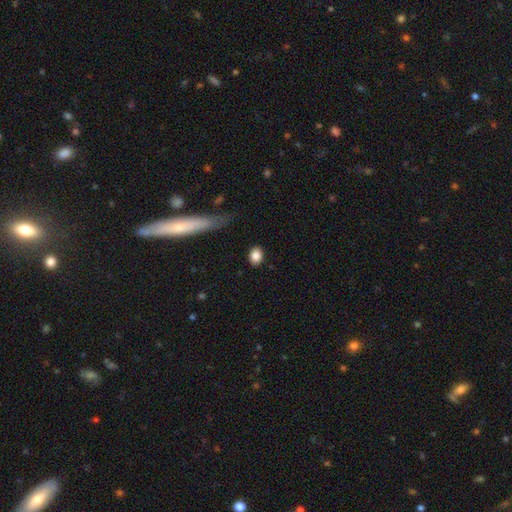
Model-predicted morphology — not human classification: A smooth galaxy with no disk features (85%) that is in between round and cigar-shaped (64%).

Vote fractions:
- Smooth or featured? smooth: 85% / star or artifact: 8% / featured or disk: 7%
- How rounded? in between: 64% / round: 34% / cigar-shaped: 2%
- Merging? none: 87% / minor disturbance: 9% / major disturbance: 2% / merger: 2%